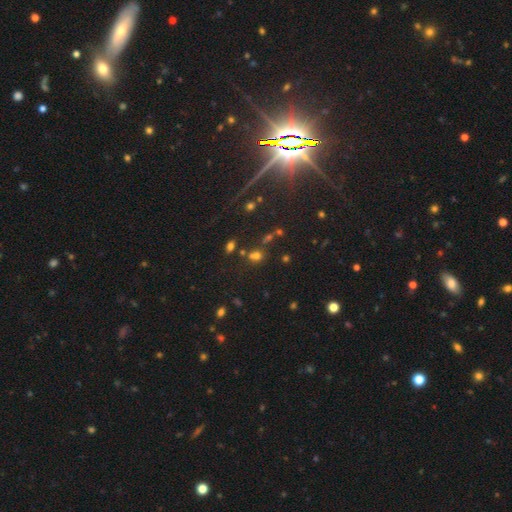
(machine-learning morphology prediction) The model was most divided on "smooth or featured": smooth: 58%, star or artifact: 32%, featured or disk: 11%. More confident: how rounded — round (70%); merging — none (56%).